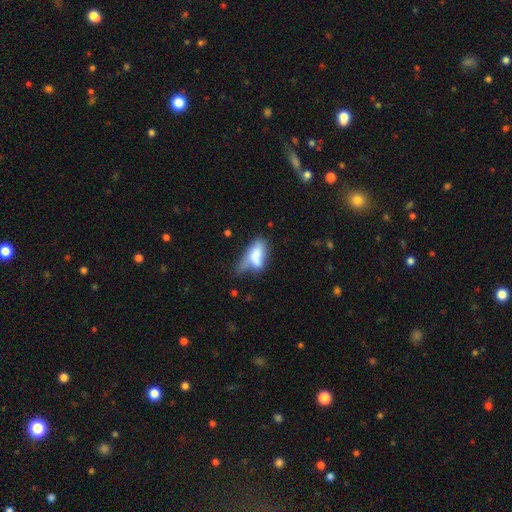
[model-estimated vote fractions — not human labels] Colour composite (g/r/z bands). It shows a smooth galaxy with no disk features (66%) that is in between round and cigar-shaped (84%). Merging: major disturbance (27%).